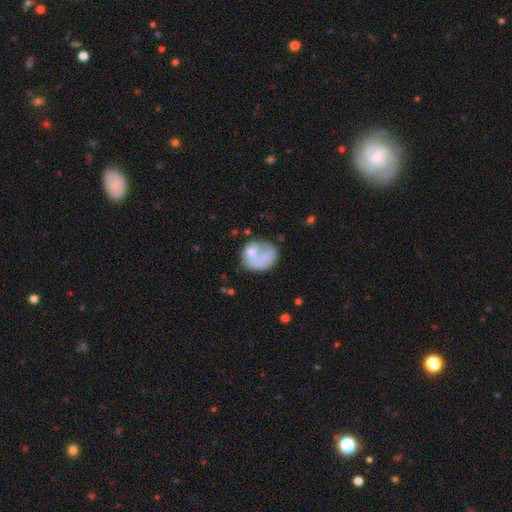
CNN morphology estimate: smooth_or_featured: smooth (p=0.57) [alt: featured or disk p=0.35]
how_rounded: round (p=0.62) [alt: in between p=0.37]
merging: none (p=0.39) [alt: major disturbance p=0.23]